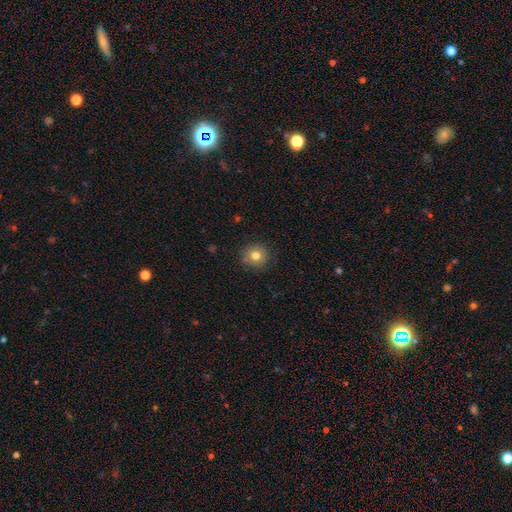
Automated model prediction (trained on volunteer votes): A smooth galaxy with no disk features (79%) that is round (91%).

Vote fractions:
- Smooth or featured? smooth: 79% / star or artifact: 11% / featured or disk: 10%
- How rounded? round: 91% / in between: 8% / cigar-shaped: 1%
- Merging? none: 88% / minor disturbance: 9% / major disturbance: 2% / merger: 1%